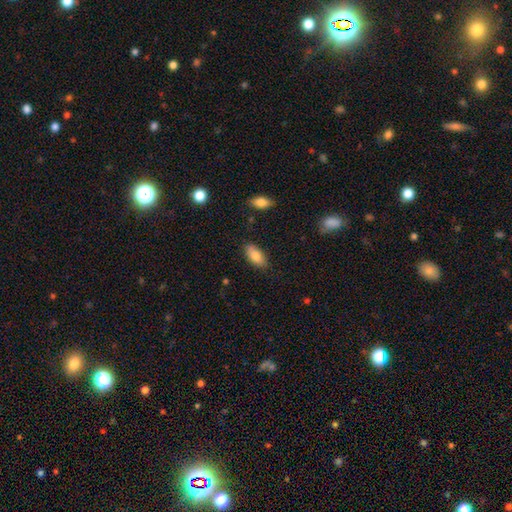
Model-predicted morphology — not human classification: Smooth or featured: smooth — 82% (featured or disk — 11%)
How rounded: in between — 90% (cigar-shaped — 7%)
Merging: none — 82% (minor disturbance — 14%)